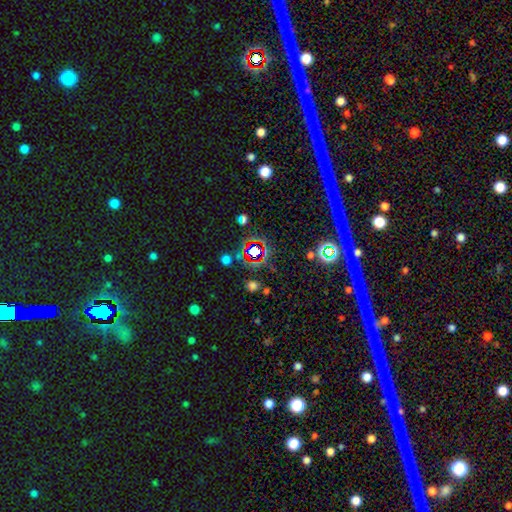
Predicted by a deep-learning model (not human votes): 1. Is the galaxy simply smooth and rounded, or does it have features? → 64% star or artifact, 25% smooth, 11% featured or disk.